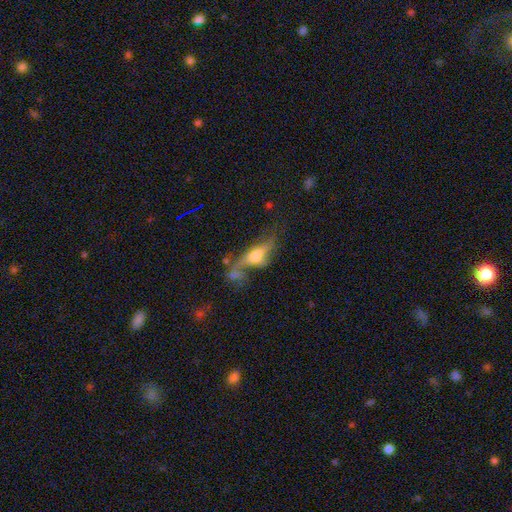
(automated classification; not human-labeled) Smooth or featured?
  - featured or disk: 52% *
  - smooth: 38%
  - star or artifact: 10%
Edge-on disk?
  - no: 63% *
  - yes: 37%
Merging?
  - major disturbance: 35% *
  - none: 29%
  - merger: 18%
  - minor disturbance: 18%